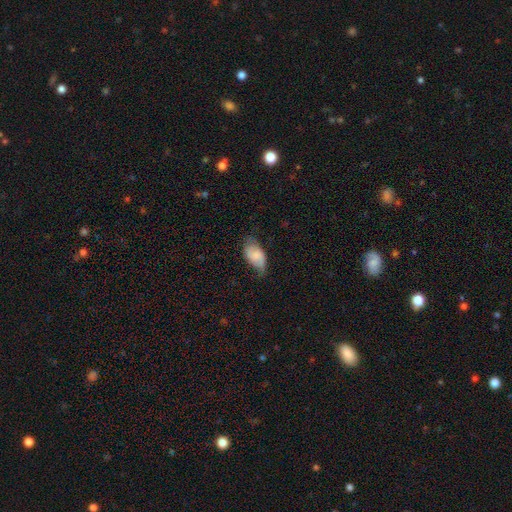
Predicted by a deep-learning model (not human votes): Smooth or featured? Predicted: smooth (p=0.74). How rounded? Predicted: in between (p=0.94). Merging? Predicted: none (p=0.51).